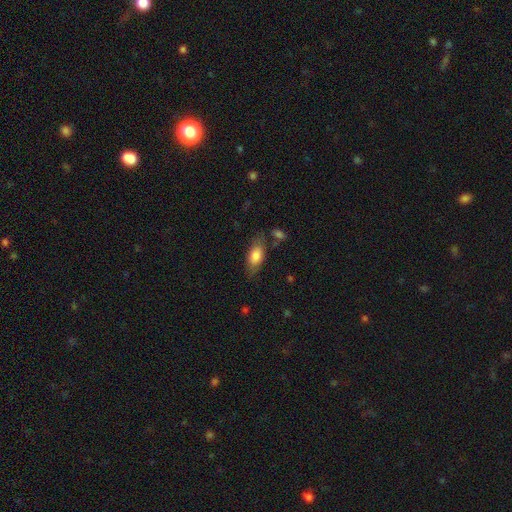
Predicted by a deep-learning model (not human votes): A smooth galaxy with no disk features (76%) that is in between round and cigar-shaped (85%).

Vote fractions:
- Smooth or featured? smooth: 76% / featured or disk: 17% / star or artifact: 7%
- How rounded? in between: 85% / cigar-shaped: 10% / round: 4%
- Merging? none: 68% / minor disturbance: 20% / major disturbance: 6% / merger: 5%